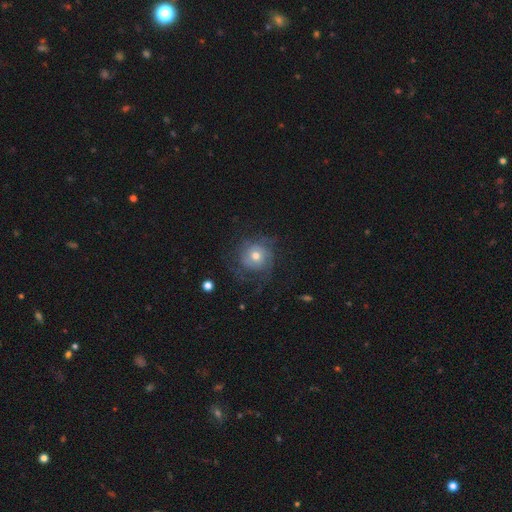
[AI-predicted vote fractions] A featured or disk galaxy (56%) with no bar (83%), spiral arms (74%) and a moderate central bulge (68%).

Vote fractions:
- Smooth or featured? featured or disk: 56% / smooth: 34% / star or artifact: 10%
- Edge-on disk? no: 97% / yes: 3%
- Bar? no: 83% / weak: 14% / strong: 3%
- Spiral arms? yes: 74% / no: 26%
- Bulge size? moderate: 68% / small: 23% / large: 7% / dominant: 1% / none: 1%
- Merging? none: 59% / major disturbance: 21% / minor disturbance: 18% / merger: 1%